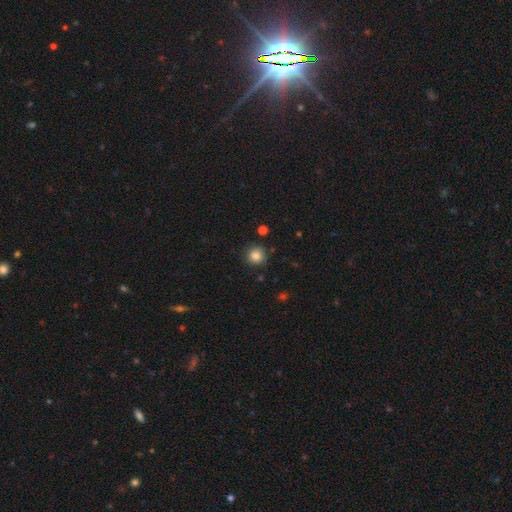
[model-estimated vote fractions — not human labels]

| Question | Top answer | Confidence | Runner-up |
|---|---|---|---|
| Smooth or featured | smooth | 84% | star or artifact (11%) |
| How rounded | round | 92% | in between (7%) |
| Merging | none | 86% | minor disturbance (9%) |